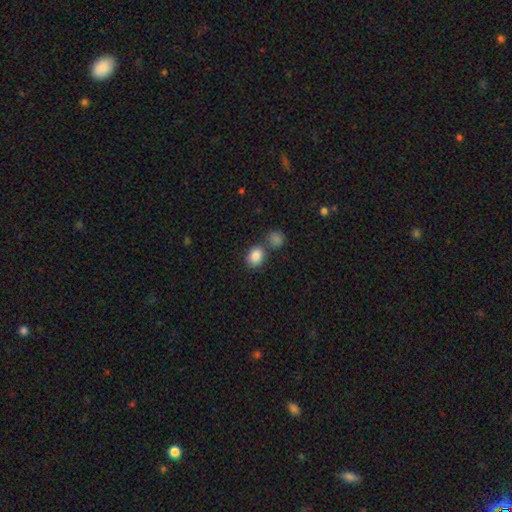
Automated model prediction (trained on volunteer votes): Smooth or featured? Predicted: smooth (p=0.86). How rounded? Predicted: in between (p=0.61). Merging? Predicted: none (p=0.62).